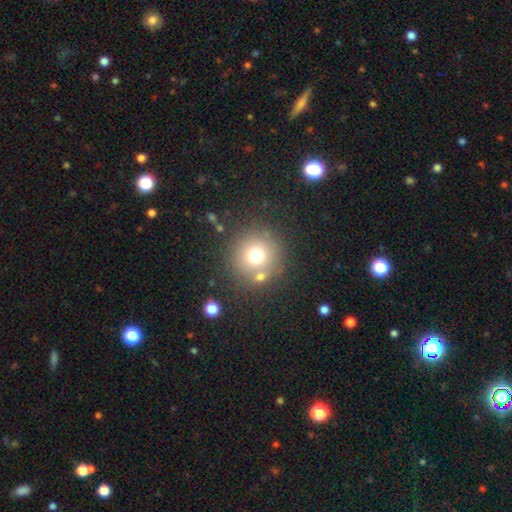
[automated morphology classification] Smooth or featured?
  - smooth: 71% *
  - star or artifact: 16%
  - featured or disk: 14%
How rounded?
  - round: 94% *
  - in between: 5%
  - cigar-shaped: 1%
Merging?
  - none: 75% *
  - merger: 11%
  - minor disturbance: 9%
  - major disturbance: 4%